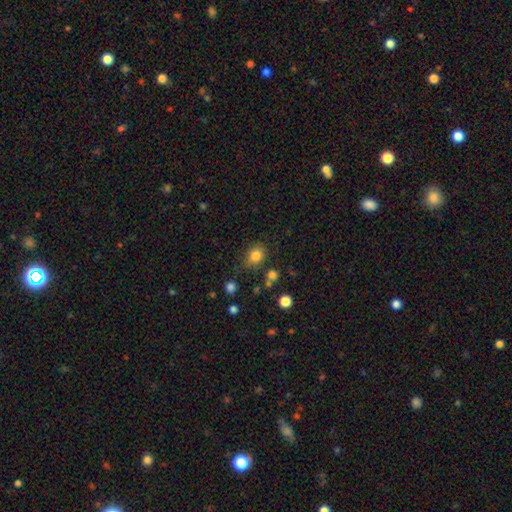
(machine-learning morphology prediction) Smooth or featured? smooth (82%)
How rounded? round (55%)
Merging? none (72%)